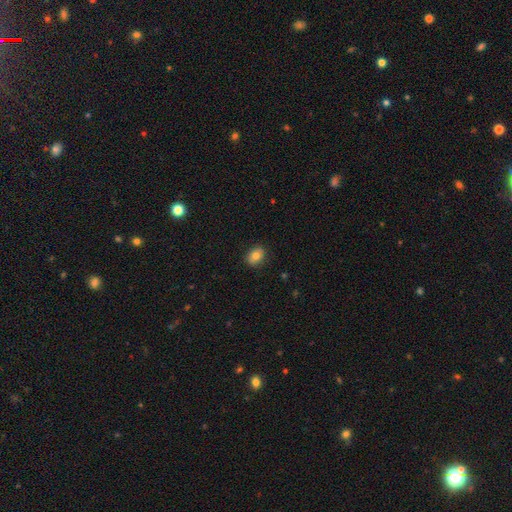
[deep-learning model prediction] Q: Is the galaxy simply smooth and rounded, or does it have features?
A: smooth — 80%.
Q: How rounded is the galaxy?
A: in between — 61%.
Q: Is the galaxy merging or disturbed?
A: none — 88%.